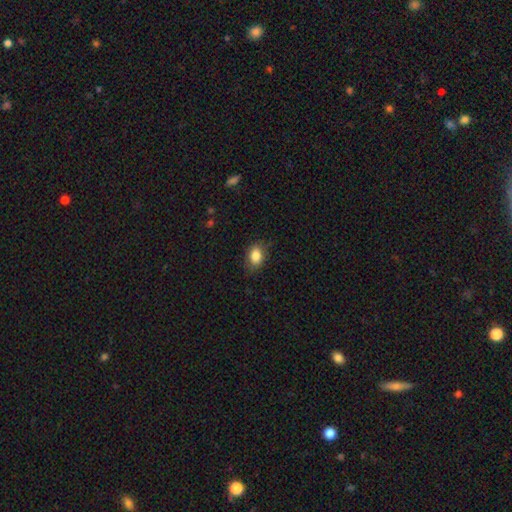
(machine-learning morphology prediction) smooth 85%, star or artifact 8%, featured or disk 7%. Down the decision tree: how rounded — in between (80%); merging — none (76%).